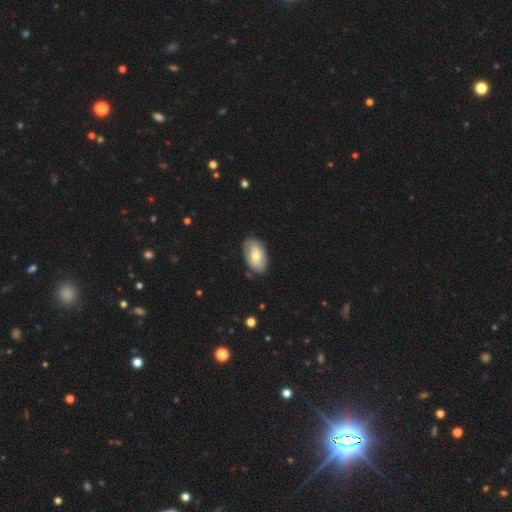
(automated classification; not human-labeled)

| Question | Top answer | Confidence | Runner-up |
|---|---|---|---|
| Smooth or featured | smooth | 61% | featured or disk (33%) |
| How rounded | in between | 93% | round (5%) |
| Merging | none | 77% | minor disturbance (17%) |